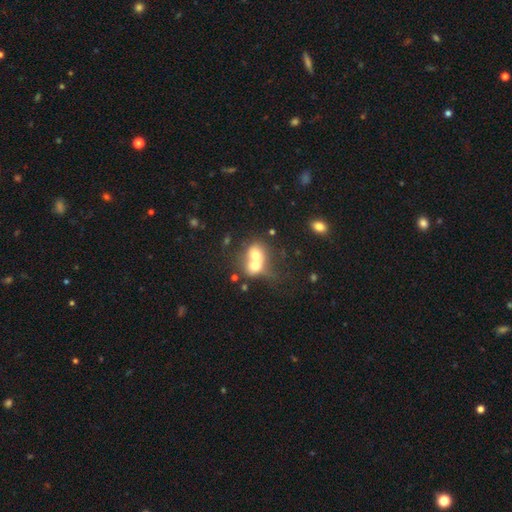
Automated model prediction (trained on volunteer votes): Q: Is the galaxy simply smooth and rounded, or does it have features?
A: smooth — 64%.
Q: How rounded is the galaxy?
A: round — 59%.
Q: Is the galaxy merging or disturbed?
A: merger — 75%.